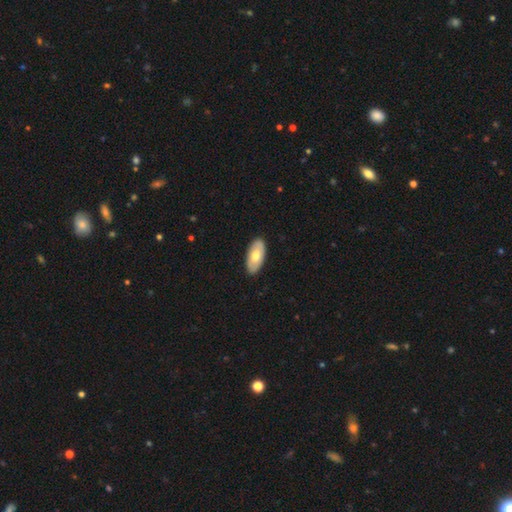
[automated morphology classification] Overall: smooth (63%; featured or disk 32%). How rounded: in between (94%). Merging: none (89%).